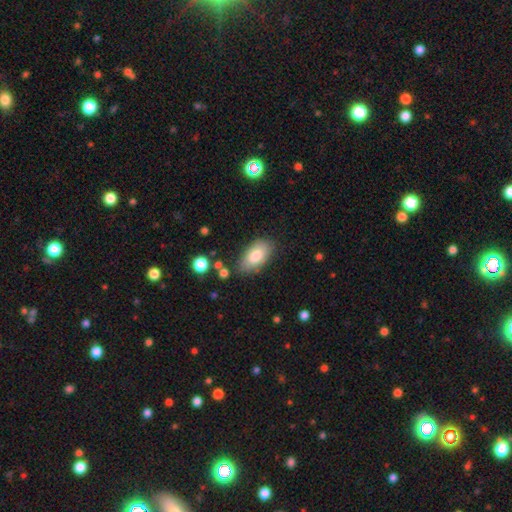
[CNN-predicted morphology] Smooth or featured: smooth — 81% (featured or disk — 13%)
How rounded: in between — 93% (round — 4%)
Merging: none — 76% (minor disturbance — 17%)